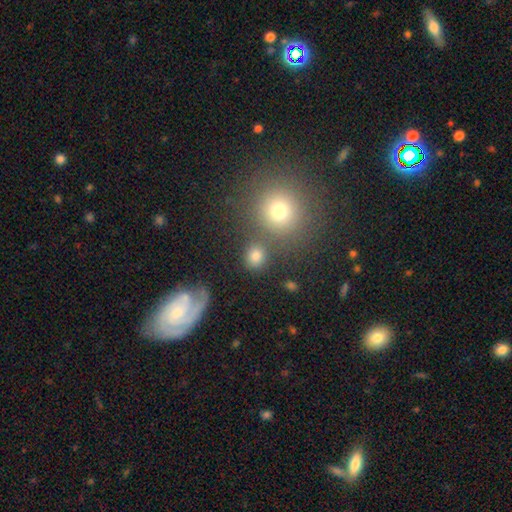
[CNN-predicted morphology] This is likely a smooth galaxy (78%). How rounded: likely round (79%). Merging: likely none (73%).